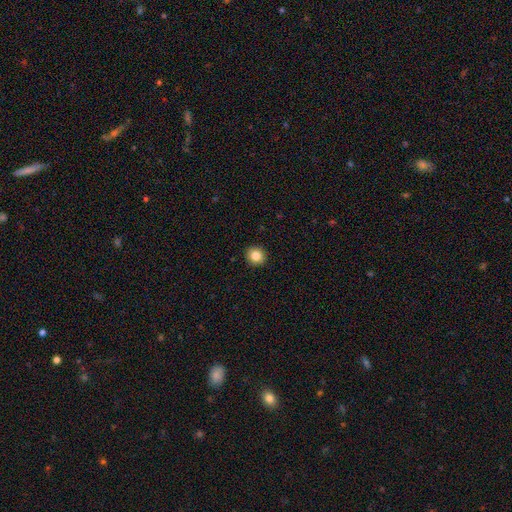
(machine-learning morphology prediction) smooth 84%, star or artifact 10%, featured or disk 6%. Down the decision tree: how rounded — round (88%); merging — none (93%).